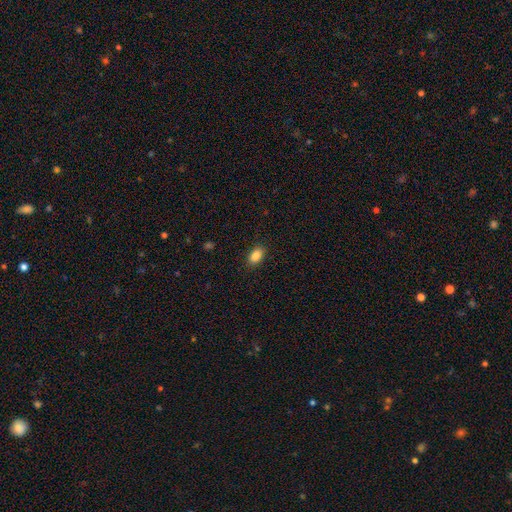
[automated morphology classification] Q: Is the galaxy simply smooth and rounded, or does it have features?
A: smooth — 87%.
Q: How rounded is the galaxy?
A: in between — 90%.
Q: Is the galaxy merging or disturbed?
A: none — 88%.